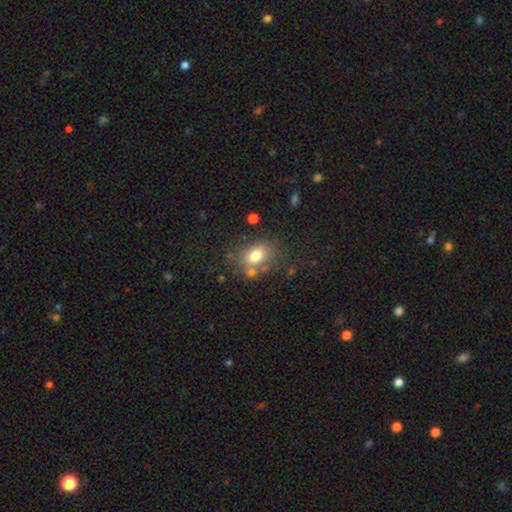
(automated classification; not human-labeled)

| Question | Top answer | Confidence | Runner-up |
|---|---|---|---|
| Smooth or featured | smooth | 75% | featured or disk (13%) |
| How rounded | in between | 64% | round (35%) |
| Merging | none | 63% | minor disturbance (17%) |